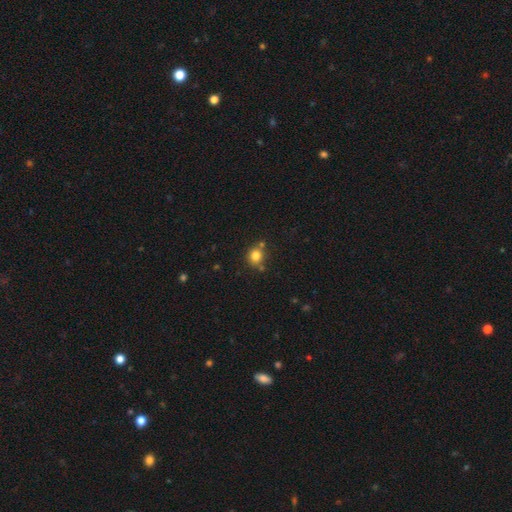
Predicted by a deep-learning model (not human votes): Overall: smooth (81%). How rounded: round (82%). Merging: none (70%).